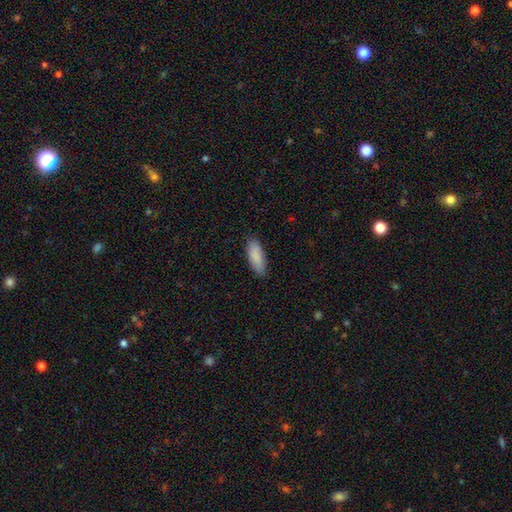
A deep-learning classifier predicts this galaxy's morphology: type=smooth (89%); roundness=in between (71%); merging=none (85%).